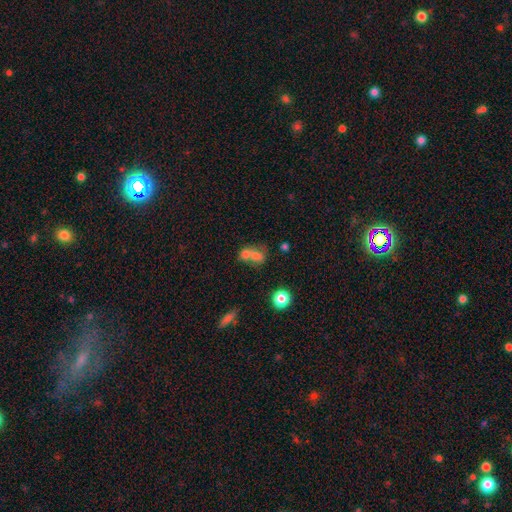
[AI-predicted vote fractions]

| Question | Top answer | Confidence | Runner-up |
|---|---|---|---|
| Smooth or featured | smooth | 70% | featured or disk (17%) |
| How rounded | in between | 52% | round (46%) |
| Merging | merger | 66% | none (22%) |